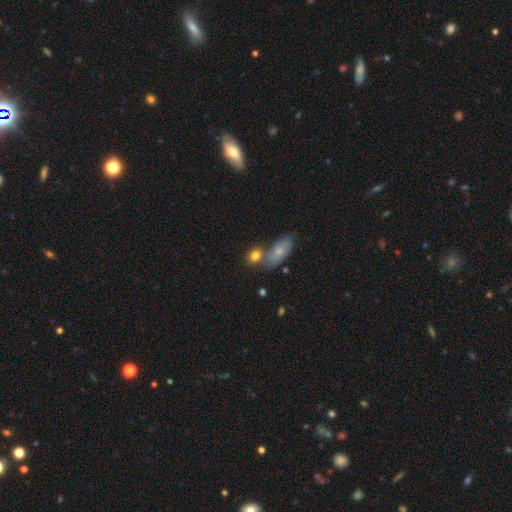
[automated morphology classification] smooth-or-featured: smooth: 80% | featured or disk: 11% | star or artifact: 10%
  how-rounded: in between: 49% | round: 47% | cigar-shaped: 5%
  merging: none: 53% | merger: 31% | minor disturbance: 12% | major disturbance: 4%